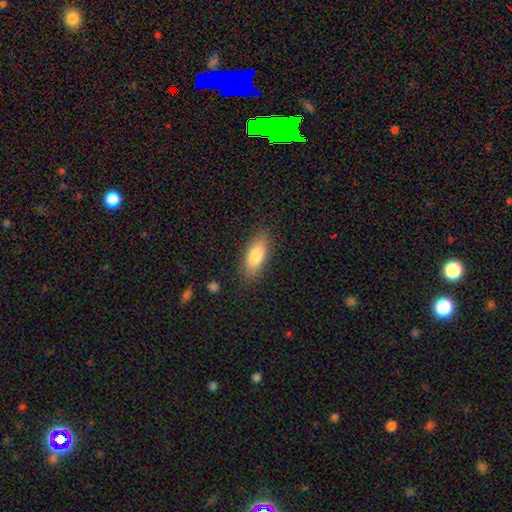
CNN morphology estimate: Q: Smooth or featured?
A: smooth (83%); runner-up: featured or disk (11%)
Q: How rounded?
A: in between (79%); runner-up: cigar-shaped (18%)
Q: Merging?
A: none (85%); runner-up: minor disturbance (11%)